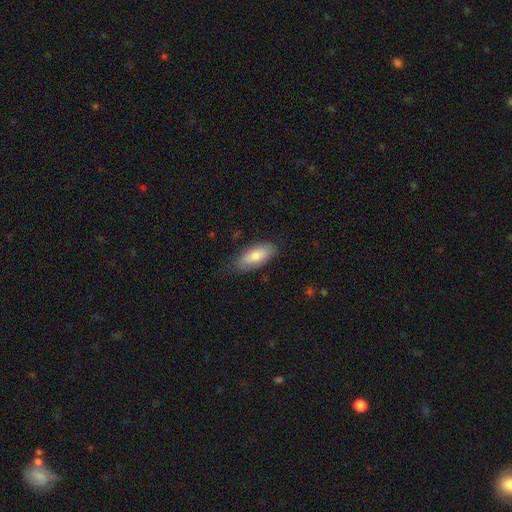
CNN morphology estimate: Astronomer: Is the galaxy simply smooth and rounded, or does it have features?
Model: smooth — 78%.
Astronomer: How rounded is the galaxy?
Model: in between — 81%.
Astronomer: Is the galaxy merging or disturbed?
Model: none — 77%.